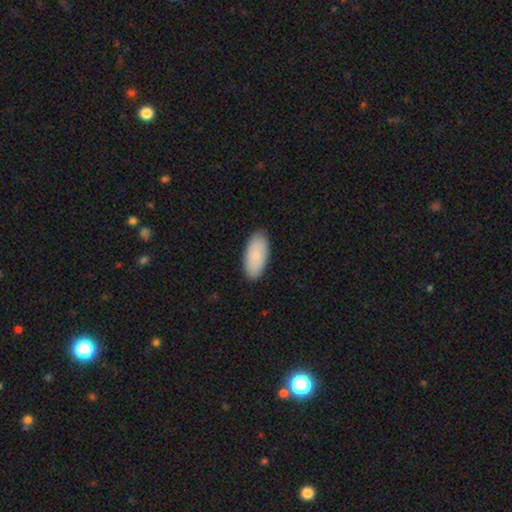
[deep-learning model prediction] Morphology: type=smooth (87%); roundness=in between (91%); merging=none (89%).